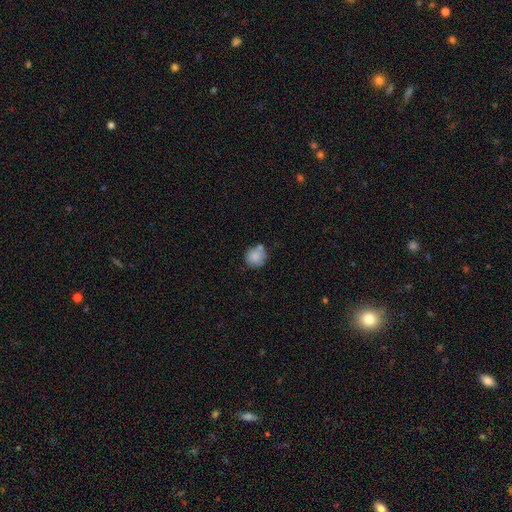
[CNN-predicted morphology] Smooth or featured? Predicted: smooth (p=0.84). How rounded? Predicted: round (p=0.85). Merging? Predicted: none (p=0.59).